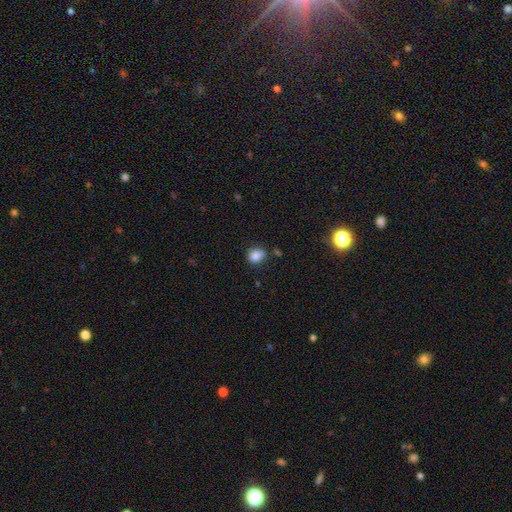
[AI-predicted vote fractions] Overall: smooth (85%). How rounded: round (54%; in between 44%). Merging: none (70%).